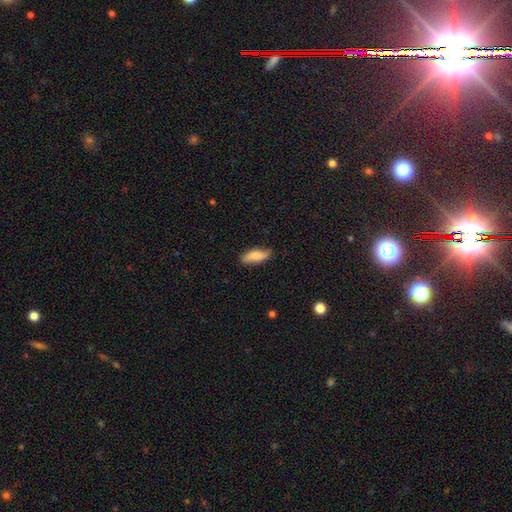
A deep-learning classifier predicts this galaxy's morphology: A smooth galaxy with no disk features (74%) that is in between round and cigar-shaped (71%).

Vote fractions:
- Smooth or featured? smooth: 74% / featured or disk: 20% / star or artifact: 6%
- How rounded? in between: 71% / cigar-shaped: 26% / round: 3%
- Merging? none: 77% / minor disturbance: 18% / major disturbance: 3% / merger: 1%